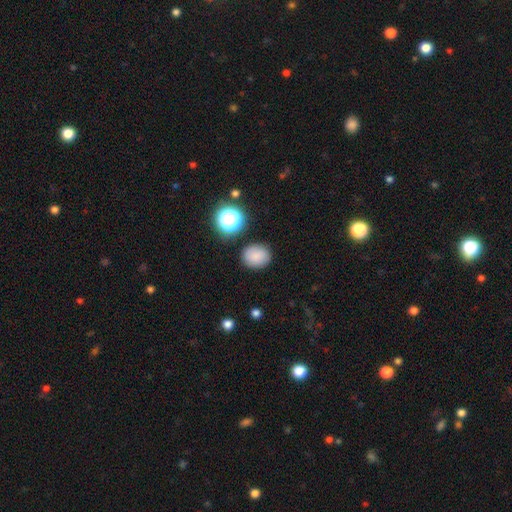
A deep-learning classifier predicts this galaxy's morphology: A smooth galaxy with no disk features (82%) that is round (62%). Merging: none (84%).